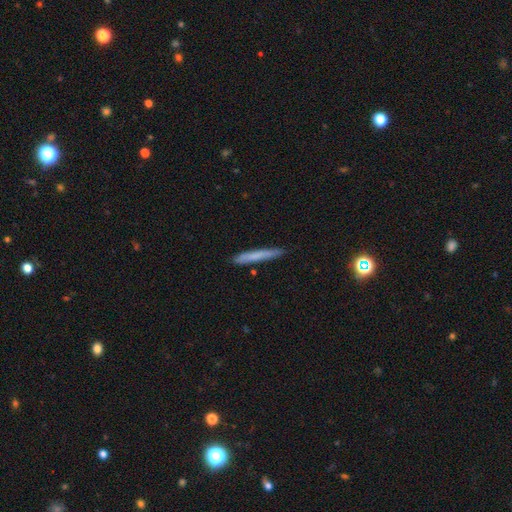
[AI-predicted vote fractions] Smooth or featured: smooth — 70% (featured or disk — 23%)
How rounded: cigar-shaped — 96% (in between — 2%)
Merging: none — 88% (minor disturbance — 9%)